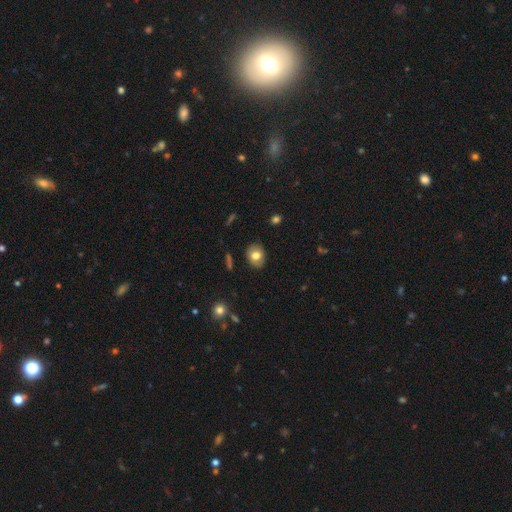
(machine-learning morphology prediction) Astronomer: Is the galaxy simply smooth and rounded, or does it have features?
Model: smooth — 73%.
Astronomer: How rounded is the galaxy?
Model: in between — 56% (runner-up: round, 43%).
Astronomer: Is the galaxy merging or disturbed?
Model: none — 84%.